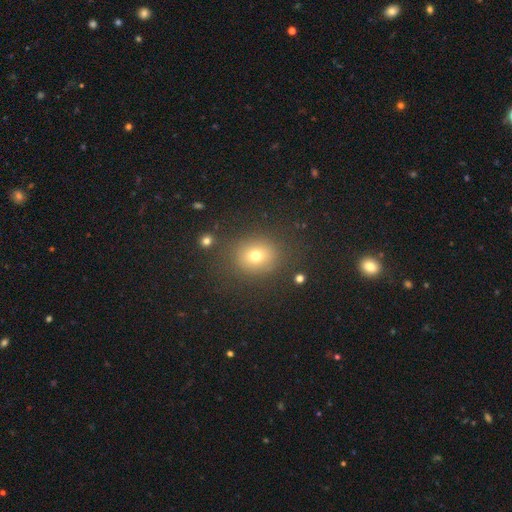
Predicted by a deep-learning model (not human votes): Smooth or featured? smooth (70%)
How rounded? round (70%)
Merging? none (82%)